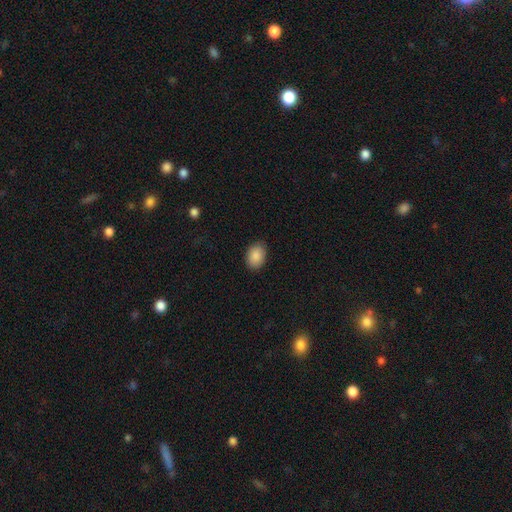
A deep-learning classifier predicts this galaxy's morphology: Q: Smooth or featured?
A: smooth (89%); runner-up: star or artifact (7%)
Q: How rounded?
A: in between (80%); runner-up: round (19%)
Q: Merging?
A: none (84%); runner-up: minor disturbance (12%)